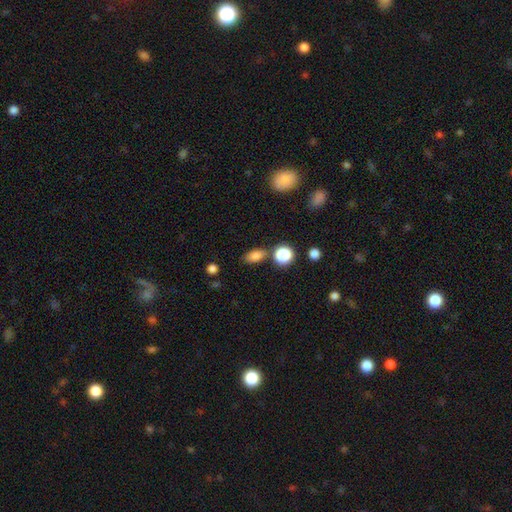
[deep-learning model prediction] Smooth or featured?
  - smooth: 82% *
  - star or artifact: 12%
  - featured or disk: 7%
How rounded?
  - in between: 81% *
  - round: 15%
  - cigar-shaped: 4%
Merging?
  - none: 73% *
  - minor disturbance: 13%
  - merger: 10%
  - major disturbance: 4%